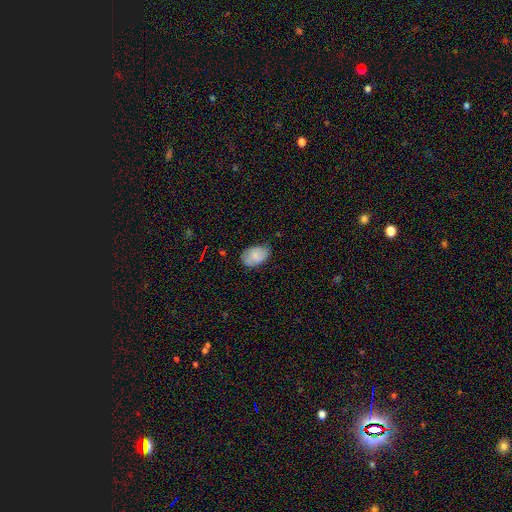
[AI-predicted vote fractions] A smooth galaxy with no disk features (75%) that is in between round and cigar-shaped (87%). Merging: none (66%).